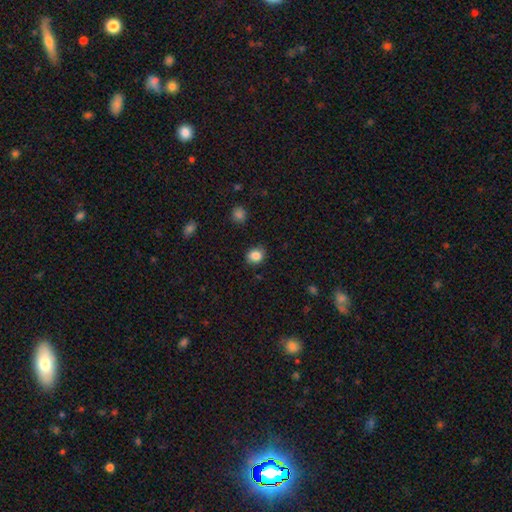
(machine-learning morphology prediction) Smooth or featured?
  - smooth: 86% *
  - star or artifact: 10%
  - featured or disk: 5%
How rounded?
  - round: 62% *
  - in between: 37%
  - cigar-shaped: 1%
Merging?
  - none: 83% *
  - minor disturbance: 13%
  - major disturbance: 3%
  - merger: 1%